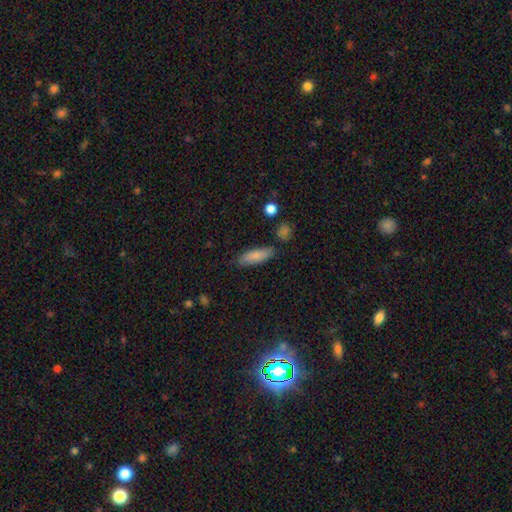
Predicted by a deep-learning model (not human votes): A smooth galaxy with no disk features (82%) that is in between round and cigar-shaped (50%).

Vote fractions:
- Smooth or featured? smooth: 82% / featured or disk: 11% / star or artifact: 7%
- How rounded? in between: 50% / cigar-shaped: 48% / round: 2%
- Merging? none: 81% / minor disturbance: 13% / merger: 3% / major disturbance: 3%